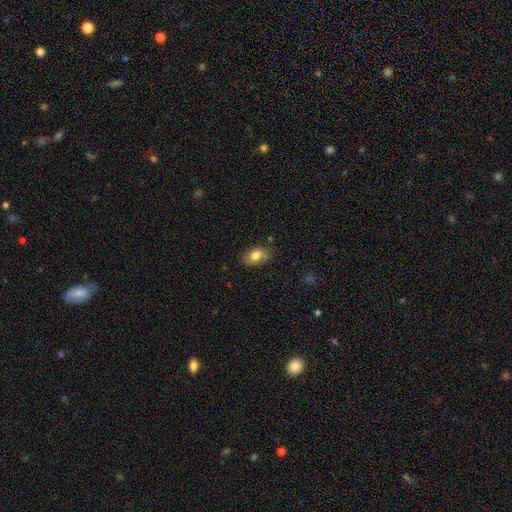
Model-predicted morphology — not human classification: smooth 74%, featured or disk 18%, star or artifact 8%. Down the decision tree: how rounded — in between (88%); merging — none (75%).